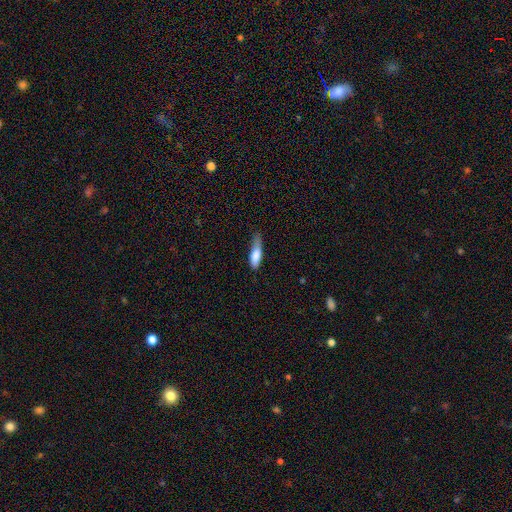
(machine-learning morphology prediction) Smooth or featured? Predicted: smooth (p=0.81). How rounded? Predicted: cigar-shaped (p=0.52). Merging? Predicted: minor disturbance (p=0.46).